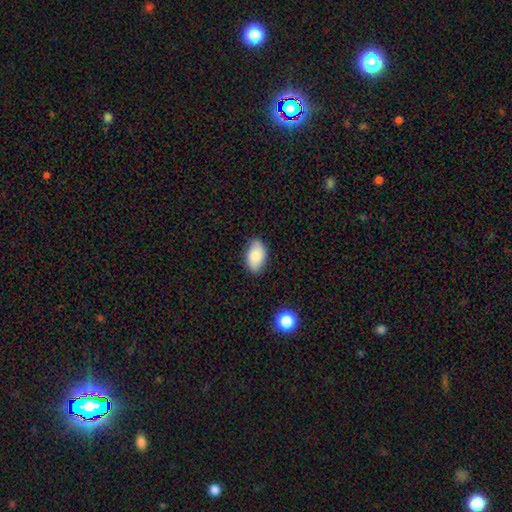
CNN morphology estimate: Q: Smooth or featured?
A: smooth (80%); runner-up: featured or disk (12%)
Q: How rounded?
A: in between (93%); runner-up: round (5%)
Q: Merging?
A: none (82%); runner-up: minor disturbance (14%)